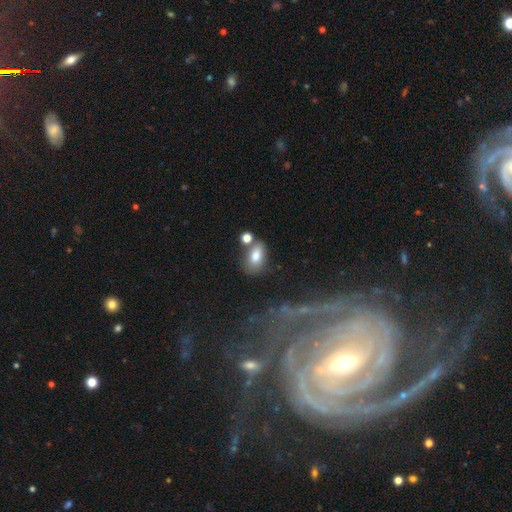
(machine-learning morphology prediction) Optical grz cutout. It shows a smooth galaxy with no disk features (79%) that is in between round and cigar-shaped (87%). Merging: none (58%).